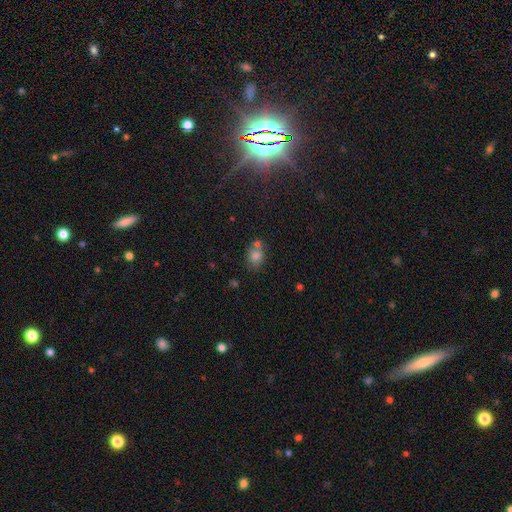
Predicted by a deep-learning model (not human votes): A smooth galaxy with no disk features (78%) that is in between round and cigar-shaped (50%). Merging: none (53%).